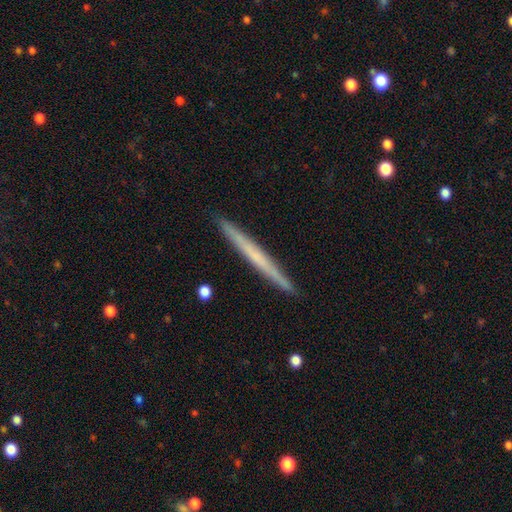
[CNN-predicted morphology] featured or disk 48%, smooth 46%, star or artifact 6%. Down the decision tree: merging — none (92%).